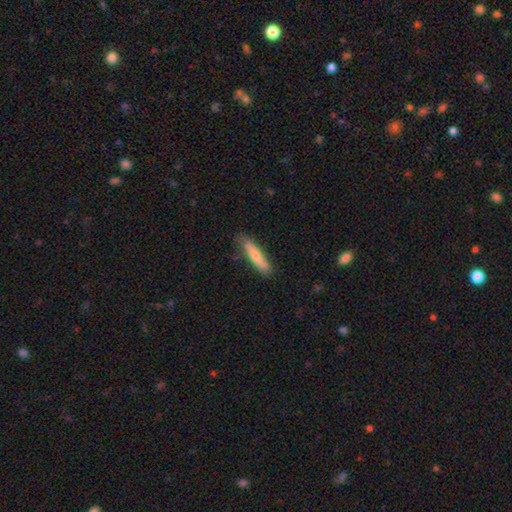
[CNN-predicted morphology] Smooth or featured?
  - smooth: 72% *
  - featured or disk: 22%
  - star or artifact: 6%
How rounded?
  - cigar-shaped: 82% *
  - in between: 17%
  - round: 1%
Merging?
  - none: 77% *
  - minor disturbance: 18%
  - major disturbance: 3%
  - merger: 2%